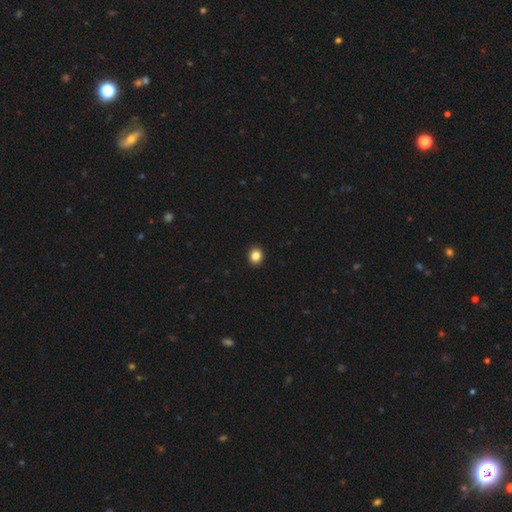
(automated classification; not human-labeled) smooth_or_featured: smooth (p=0.85) [alt: star or artifact p=0.11]
how_rounded: round (p=0.75) [alt: in between p=0.24]
merging: none (p=0.93) [alt: minor disturbance p=0.05]